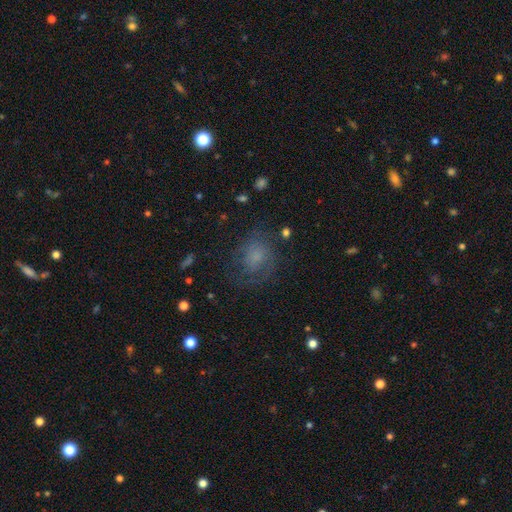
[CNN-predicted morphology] Smooth or featured? featured or disk (41%)
Merging? none (63%)